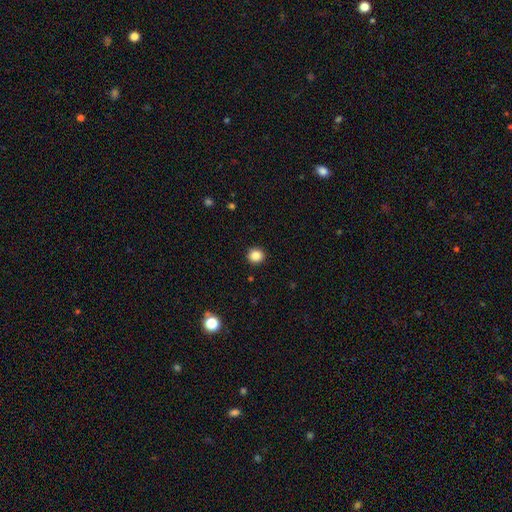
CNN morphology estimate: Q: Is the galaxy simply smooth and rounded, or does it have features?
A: smooth — 85%.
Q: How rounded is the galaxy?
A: round — 91%.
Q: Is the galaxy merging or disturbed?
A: none — 92%.